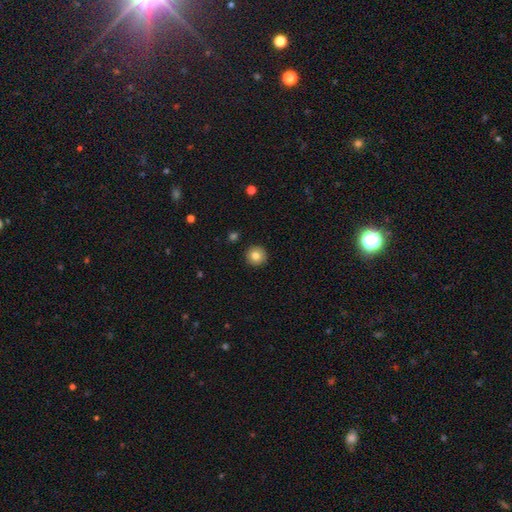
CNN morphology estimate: A smooth galaxy with no disk features (82%) that is round (95%).

Vote fractions:
- Smooth or featured? smooth: 82% / star or artifact: 9% / featured or disk: 9%
- How rounded? round: 95% / in between: 4% / cigar-shaped: 1%
- Merging? none: 92% / minor disturbance: 5% / major disturbance: 1% / merger: 1%